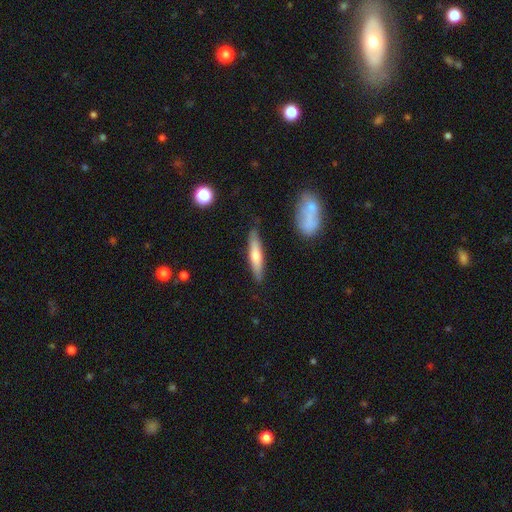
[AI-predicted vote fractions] smooth 58%, featured or disk 36%, star or artifact 6%. Down the decision tree: how rounded — cigar-shaped (85%); merging — none (84%).